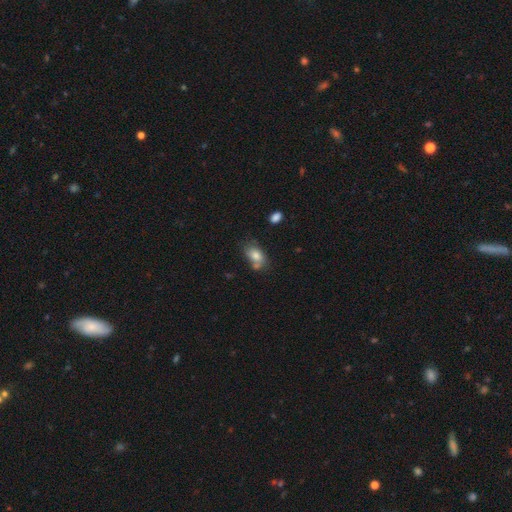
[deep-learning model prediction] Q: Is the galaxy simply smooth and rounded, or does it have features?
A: smooth — 78%.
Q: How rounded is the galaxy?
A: in between — 85%.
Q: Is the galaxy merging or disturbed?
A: none — 50%.